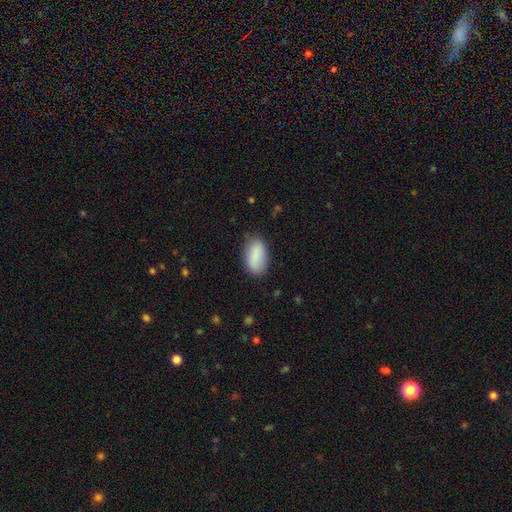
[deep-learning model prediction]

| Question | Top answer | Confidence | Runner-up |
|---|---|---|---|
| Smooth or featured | smooth | 87% | star or artifact (7%) |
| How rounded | in between | 93% | round (4%) |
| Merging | none | 75% | minor disturbance (19%) |